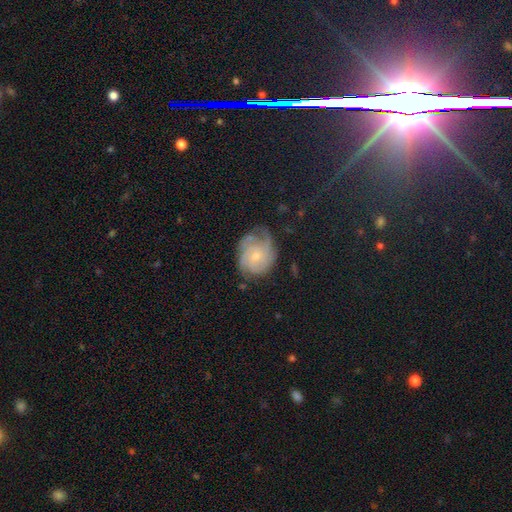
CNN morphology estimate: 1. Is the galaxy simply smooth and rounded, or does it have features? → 72% featured or disk, 20% smooth, 8% star or artifact.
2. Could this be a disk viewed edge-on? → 98% no, 2% yes.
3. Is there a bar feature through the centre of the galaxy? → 70% no, 27% weak, 3% strong.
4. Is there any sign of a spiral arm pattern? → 93% yes, 7% no.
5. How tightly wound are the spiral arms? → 57% tight, 33% medium, 10% loose.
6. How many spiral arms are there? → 34% can't tell, 25% 3, 16% 4, 14% 2, 6% 1, 6% more than 4.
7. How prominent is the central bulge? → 56% small, 36% moderate, 4% none, 2% large, 1% dominant.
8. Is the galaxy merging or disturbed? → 61% none, 25% minor disturbance, 12% major disturbance, 2% merger.